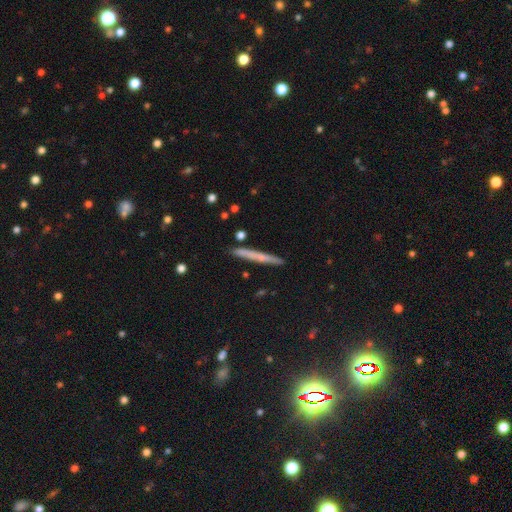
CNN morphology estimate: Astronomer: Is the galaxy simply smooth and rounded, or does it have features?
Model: featured or disk — 48% (runner-up: smooth, 44%).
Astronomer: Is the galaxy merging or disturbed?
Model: none — 88%.